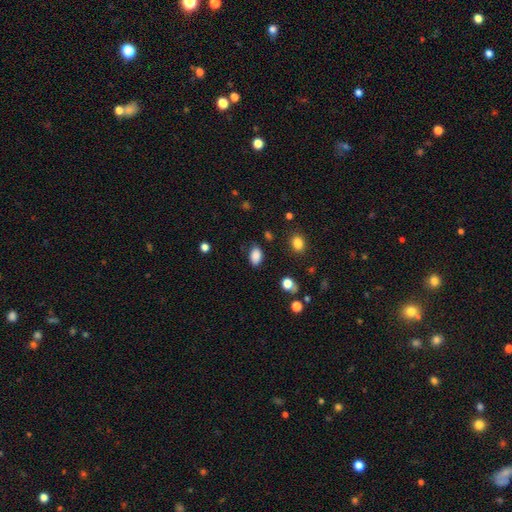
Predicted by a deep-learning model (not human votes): Q: Smooth or featured?
A: smooth (86%); runner-up: star or artifact (9%)
Q: How rounded?
A: in between (87%); runner-up: round (11%)
Q: Merging?
A: none (79%); runner-up: minor disturbance (15%)